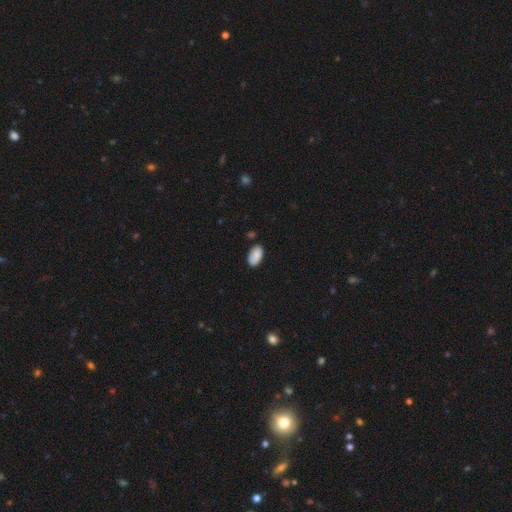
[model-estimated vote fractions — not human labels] A smooth galaxy with no disk features (87%) that is in between round and cigar-shaped (95%). Merging: none (80%).